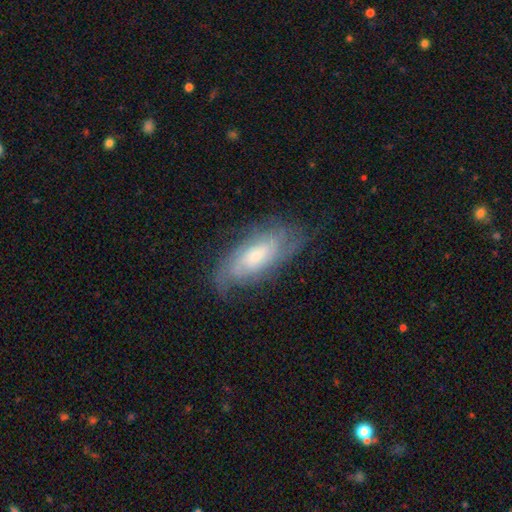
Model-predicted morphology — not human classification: A featured or disk galaxy (74%) with no bar (63%), tight (57%) spiral arms (92%) and a moderate central bulge (46%).

Vote fractions:
- Smooth or featured? featured or disk: 74% / smooth: 19% / star or artifact: 6%
- Edge-on disk? no: 90% / yes: 10%
- Bar? no: 63% / weak: 31% / strong: 6%
- Spiral arms? yes: 92% / no: 8%
- Spiral winding? tight: 57% / medium: 33% / loose: 10%
- Spiral arm count? can't tell: 45% / 2: 27% / 3: 12% / 4: 7% / 1: 4% / more than 4: 4%
- Bulge size? moderate: 46% / small: 41% / large: 8% / none: 4% / dominant: 1%
- Merging? none: 72% / minor disturbance: 19% / major disturbance: 8% / merger: 1%